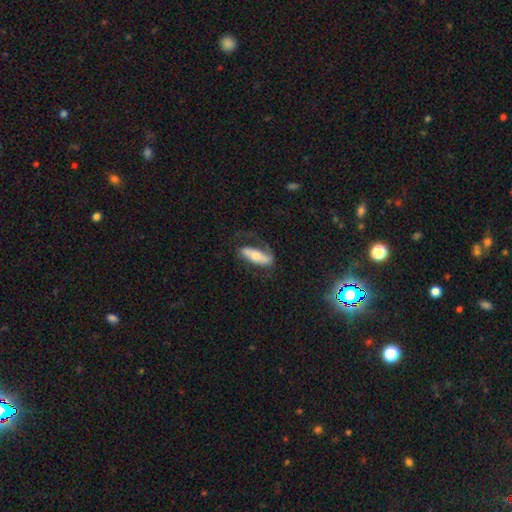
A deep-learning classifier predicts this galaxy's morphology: type=featured or disk (52%); edge-on=no (71%); merging=none (49%).